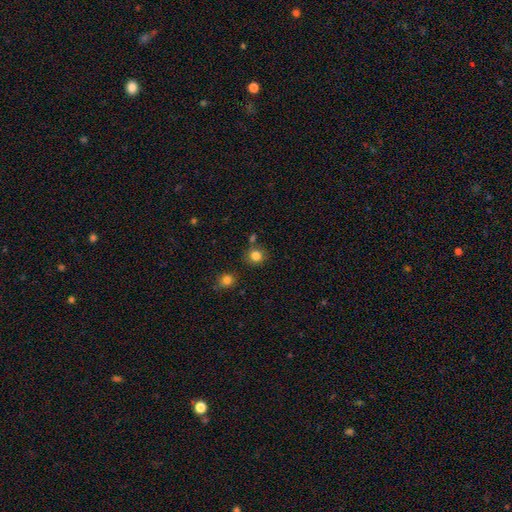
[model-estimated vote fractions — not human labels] This is clearly a smooth galaxy (83%). How rounded: clearly round (87%). Merging: likely none (79%).